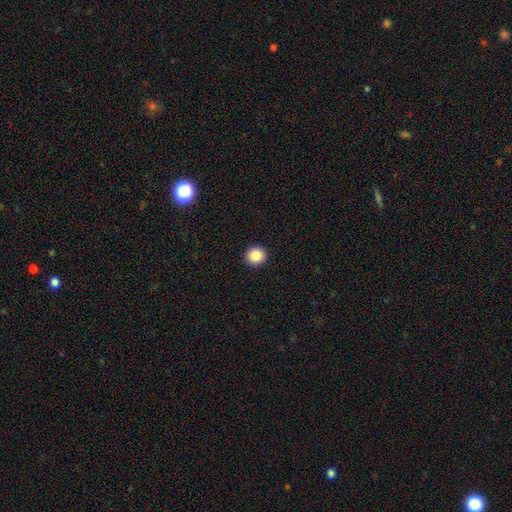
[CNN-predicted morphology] A smooth galaxy with no disk features (86%) that is round (91%).

Vote fractions:
- Smooth or featured? smooth: 86% / star or artifact: 9% / featured or disk: 5%
- How rounded? round: 91% / in between: 8% / cigar-shaped: 1%
- Merging? none: 93% / minor disturbance: 4% / major disturbance: 1% / merger: 1%